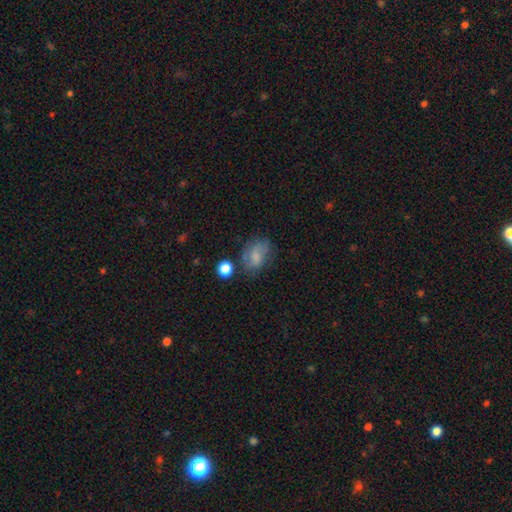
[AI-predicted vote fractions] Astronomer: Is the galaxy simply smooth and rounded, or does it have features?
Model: smooth — 65%.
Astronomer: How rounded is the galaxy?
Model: in between — 71%.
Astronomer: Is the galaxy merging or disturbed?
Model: none — 53%.